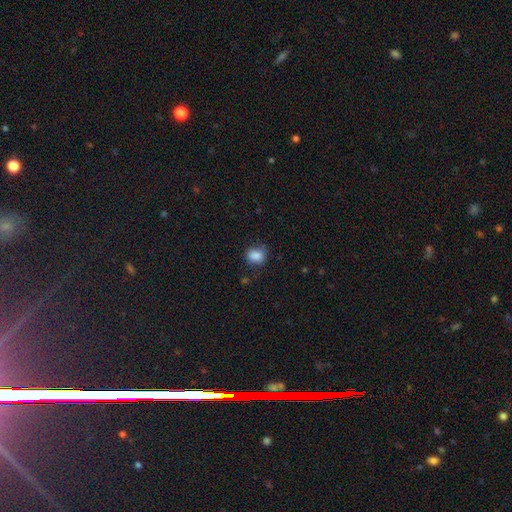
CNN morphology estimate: This appears to be a smooth galaxy with no disk features (86%) that is round (51%). Merging: none (73%).